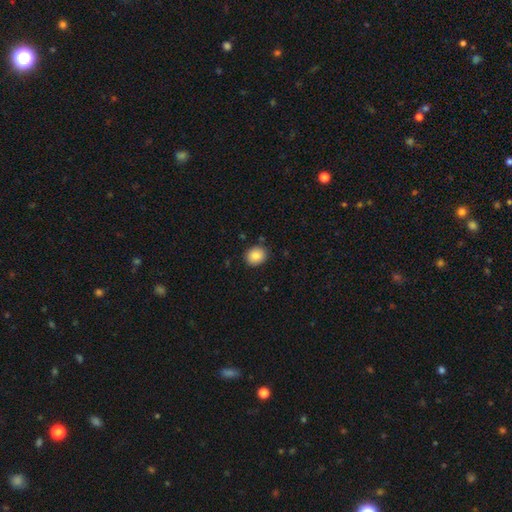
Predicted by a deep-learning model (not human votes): Morphology: type=smooth (86%); roundness=round (68%); merging=none (87%).